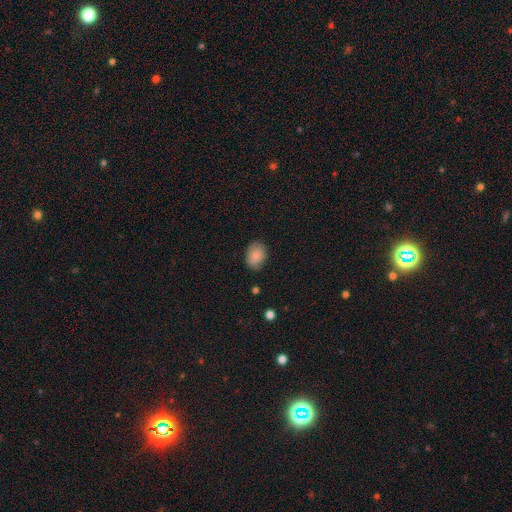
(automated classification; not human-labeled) Q: Smooth or featured?
A: smooth (86%); runner-up: star or artifact (7%)
Q: How rounded?
A: in between (74%); runner-up: round (25%)
Q: Merging?
A: none (80%); runner-up: minor disturbance (15%)